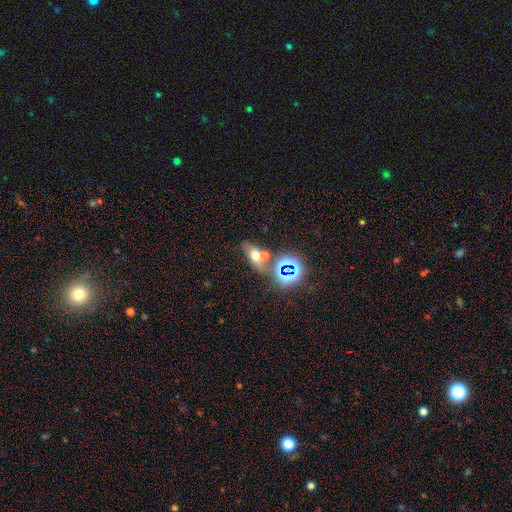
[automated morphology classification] Overall: smooth (53%; star or artifact 25%). How rounded: in between (68%). Merging: none (46%; merger 35%).